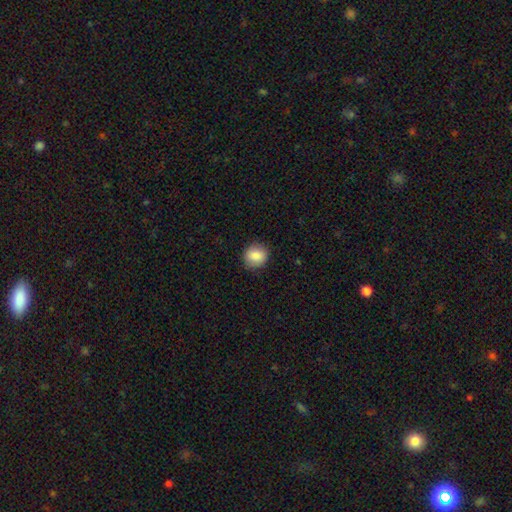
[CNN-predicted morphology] This appears to be a smooth galaxy with no disk features (85%) that is round (80%). Merging: none (87%).